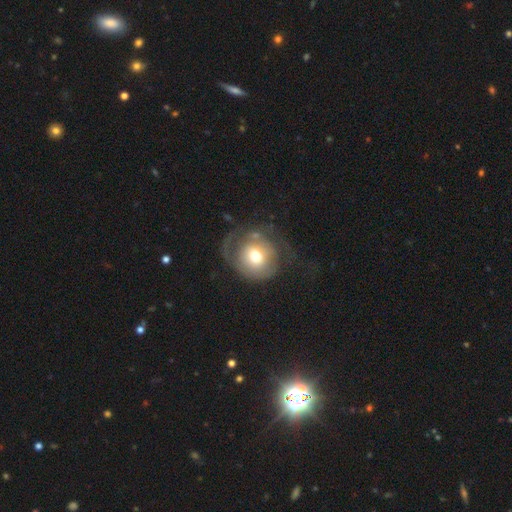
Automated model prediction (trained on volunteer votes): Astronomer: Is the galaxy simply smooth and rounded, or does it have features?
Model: smooth — 56% (runner-up: featured or disk, 36%).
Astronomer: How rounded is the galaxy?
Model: round — 85%.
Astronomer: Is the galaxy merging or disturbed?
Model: none — 41% (runner-up: major disturbance, 36%).